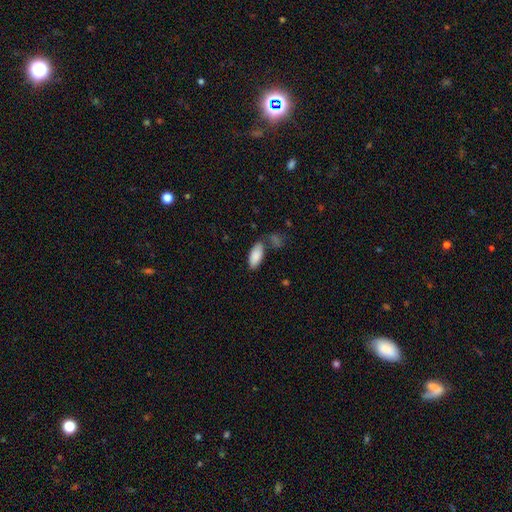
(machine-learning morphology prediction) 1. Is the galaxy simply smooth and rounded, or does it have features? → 87% smooth, 6% featured or disk, 6% star or artifact.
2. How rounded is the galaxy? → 88% in between, 10% cigar-shaped, 2% round.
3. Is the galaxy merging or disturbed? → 64% none, 17% minor disturbance, 14% merger, 5% major disturbance.